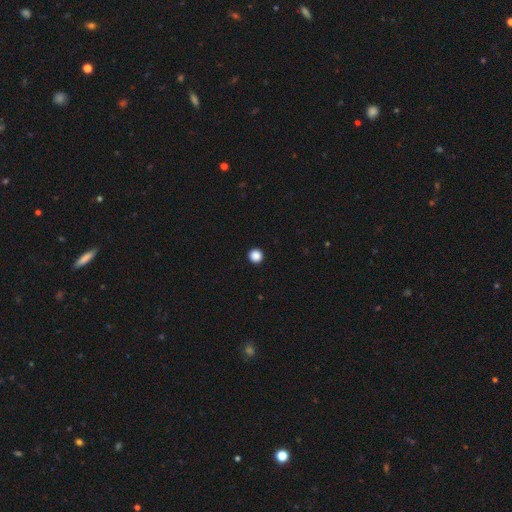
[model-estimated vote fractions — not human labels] Smooth or featured? smooth (88%)
How rounded? round (97%)
Merging? none (95%)